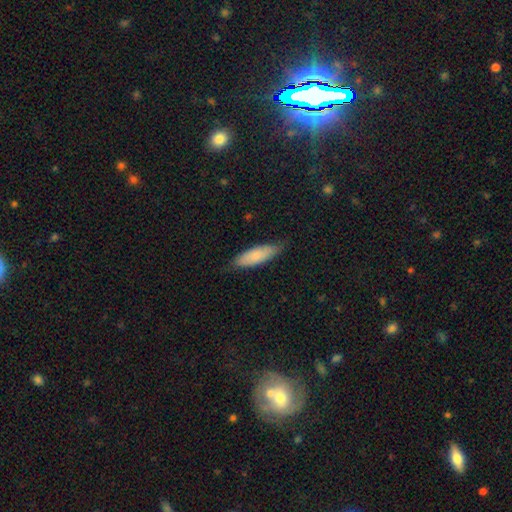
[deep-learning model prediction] smooth-or-featured: smooth: 81% | featured or disk: 13% | star or artifact: 5%
  how-rounded: in between: 56% | cigar-shaped: 42% | round: 2%
  merging: none: 78% | minor disturbance: 18% | major disturbance: 3% | merger: 1%